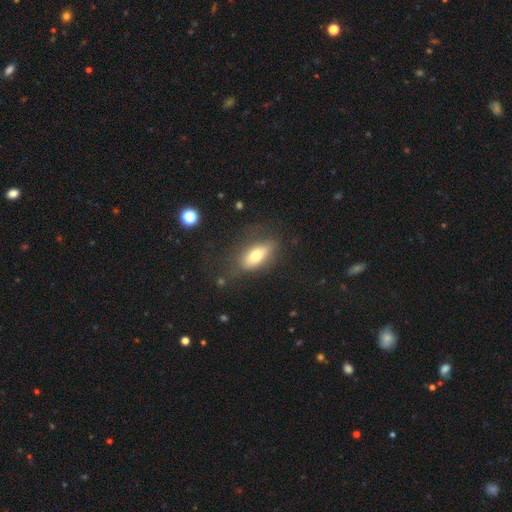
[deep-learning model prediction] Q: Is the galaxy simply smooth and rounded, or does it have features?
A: smooth — 68%.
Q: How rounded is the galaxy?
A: in between — 80%.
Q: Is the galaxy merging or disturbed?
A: none — 63%.